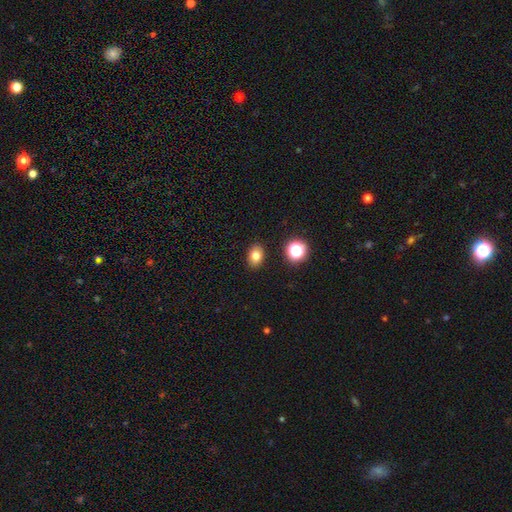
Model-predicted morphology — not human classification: Smooth or featured? smooth (80%)
How rounded? in between (69%)
Merging? none (88%)